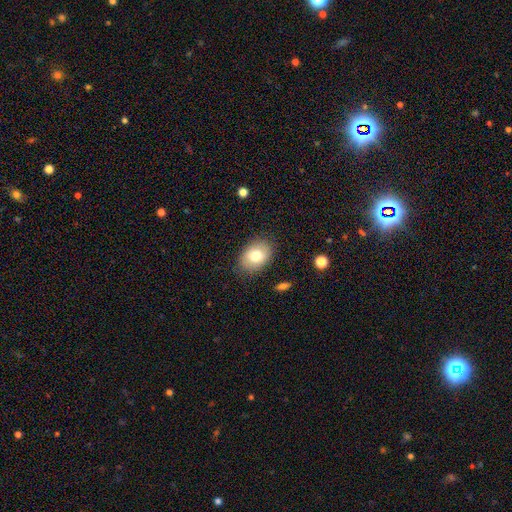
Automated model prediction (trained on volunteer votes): This is likely a smooth galaxy (76%). How rounded: likely in between (77%). Merging: clearly none (83%).